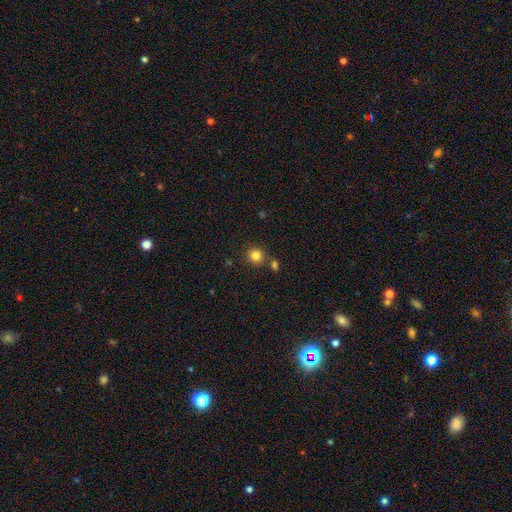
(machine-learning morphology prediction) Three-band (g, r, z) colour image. It shows a smooth galaxy with no disk features (84%) that is round (89%). Merging: none (77%).